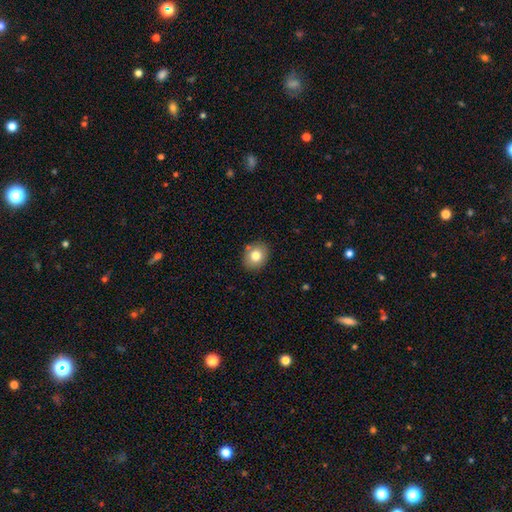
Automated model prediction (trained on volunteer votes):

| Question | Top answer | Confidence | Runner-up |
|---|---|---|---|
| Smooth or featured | smooth | 79% | featured or disk (11%) |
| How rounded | round | 58% | in between (41%) |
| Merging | none | 84% | minor disturbance (10%) |